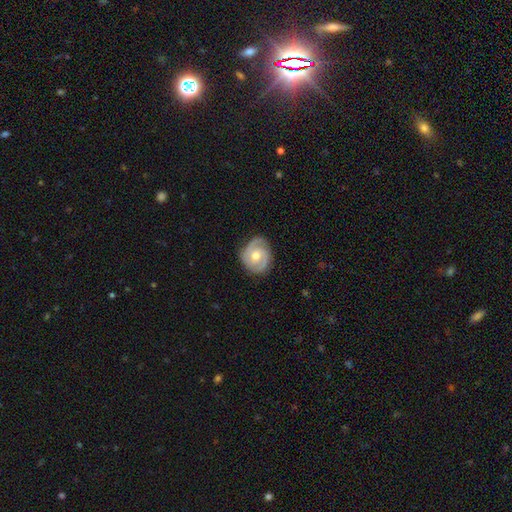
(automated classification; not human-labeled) smooth_or_featured: featured or disk (p=0.85) [alt: smooth p=0.10]
disk_edge_on: no (p=0.98) [alt: yes p=0.02]
bar: no (p=0.63) [alt: weak p=0.31]
has_spiral_arms: yes (p=0.96) [alt: no p=0.04]
spiral_winding: tight (p=0.58) [alt: medium p=0.35]
spiral_arm_count: 2 (p=0.81) [alt: 3 p=0.07]
bulge_size: moderate (p=0.72) [alt: small p=0.22]
merging: none (p=0.80) [alt: minor disturbance p=0.15]